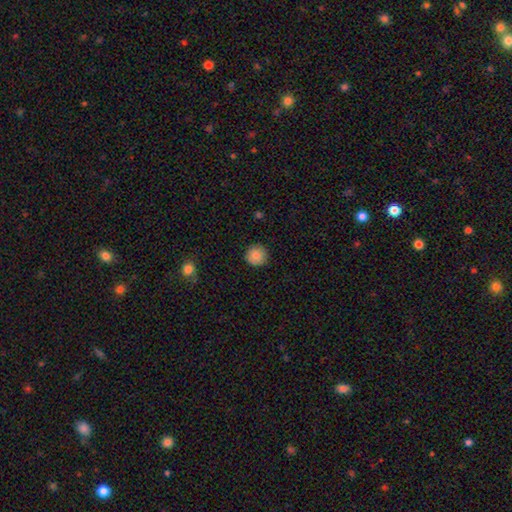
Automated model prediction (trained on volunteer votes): Smooth or featured?
  - smooth: 87% *
  - star or artifact: 8%
  - featured or disk: 5%
How rounded?
  - round: 95% *
  - in between: 4%
  - cigar-shaped: 1%
Merging?
  - none: 91% *
  - minor disturbance: 6%
  - major disturbance: 2%
  - merger: 1%